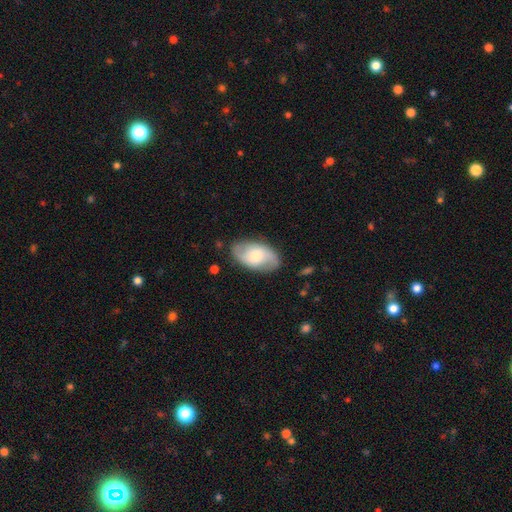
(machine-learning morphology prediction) Smooth or featured? Predicted: featured or disk (p=0.57). Edge-on disk? Predicted: no (p=0.95). Bar? Predicted: no (p=0.50). Spiral arms? Predicted: yes (p=0.85). Bulge size? Predicted: moderate (p=0.47). Merging? Predicted: none (p=0.81).